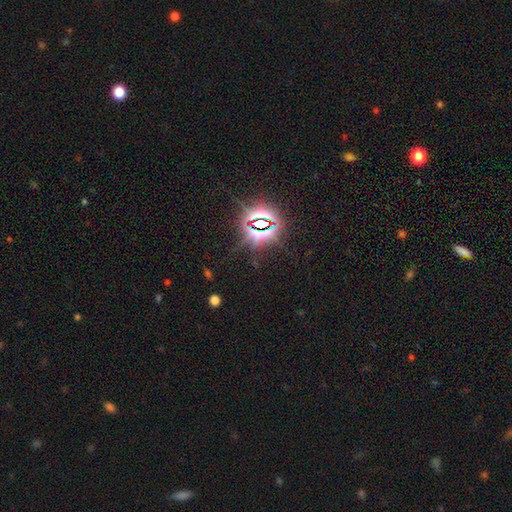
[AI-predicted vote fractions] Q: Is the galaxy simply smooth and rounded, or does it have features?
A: star or artifact — 82%.